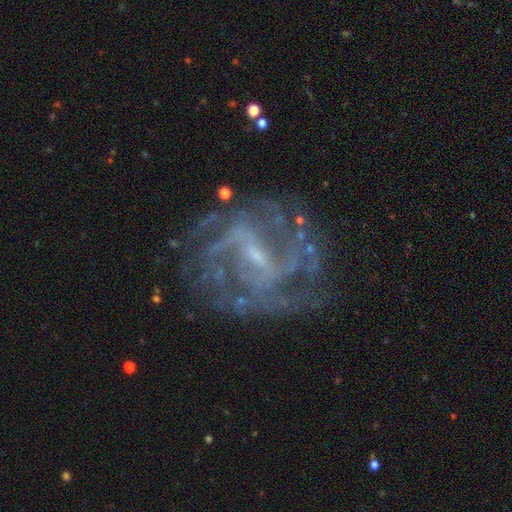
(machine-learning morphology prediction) This is clearly a featured or disk galaxy (86%). It is clearly not viewed edge-on (97%). Bar: possibly weak (51%). Spiral arm pattern: clearly yes (91%). Spiral arm count: marginally can't tell (31%). Spiral winding: marginally medium (44%). Central bulge: likely small (69%). Merging: likely none (70%).